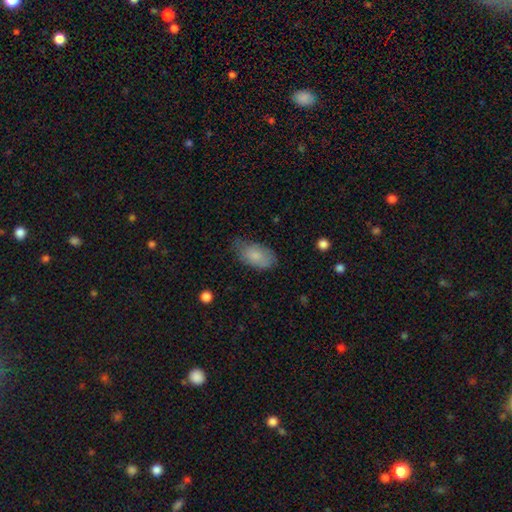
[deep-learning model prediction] Smooth or featured? Predicted: smooth (p=0.82). How rounded? Predicted: in between (p=0.93). Merging? Predicted: none (p=0.59).